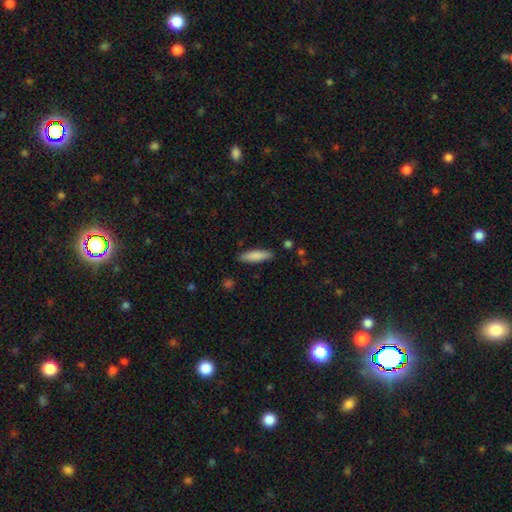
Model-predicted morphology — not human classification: smooth_or_featured: smooth (p=0.84) [alt: featured or disk p=0.10]
how_rounded: cigar-shaped (p=0.62) [alt: in between p=0.36]
merging: none (p=0.86) [alt: minor disturbance p=0.10]